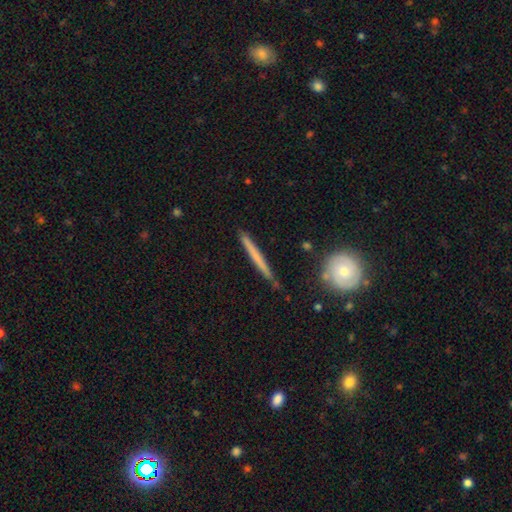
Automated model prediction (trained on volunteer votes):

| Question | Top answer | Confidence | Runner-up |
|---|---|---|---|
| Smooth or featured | smooth | 48% | featured or disk (47%) |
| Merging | none | 87% | minor disturbance (10%) |